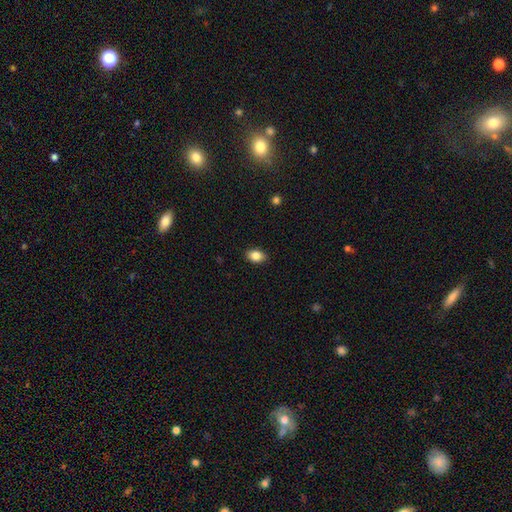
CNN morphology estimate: A smooth galaxy with no disk features (85%) that is in between round and cigar-shaped (81%).

Vote fractions:
- Smooth or featured? smooth: 85% / star or artifact: 8% / featured or disk: 6%
- How rounded? in between: 81% / round: 17% / cigar-shaped: 1%
- Merging? none: 88% / minor disturbance: 9% / major disturbance: 2% / merger: 1%